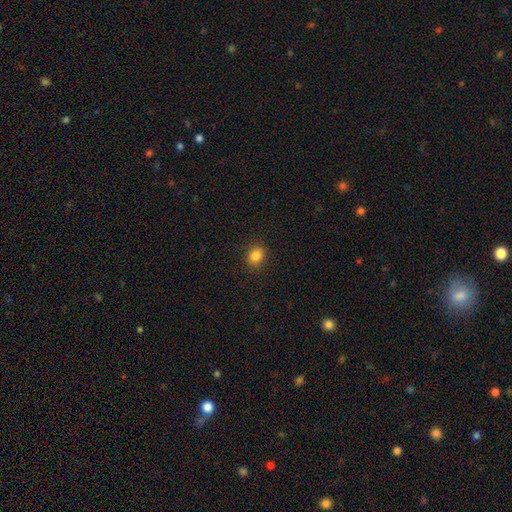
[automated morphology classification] Smooth or featured? smooth (84%)
How rounded? round (64%)
Merging? none (90%)